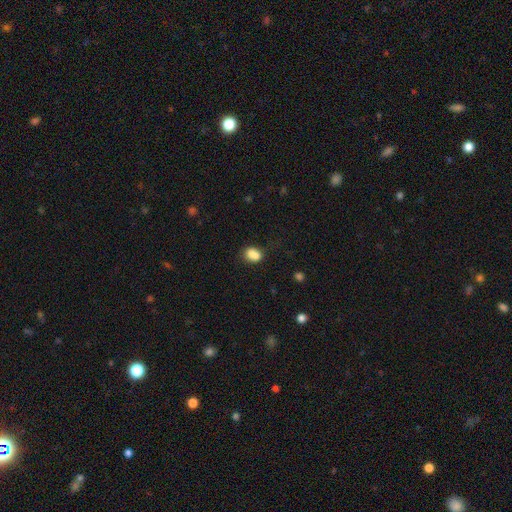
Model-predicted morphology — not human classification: Smooth or featured? Predicted: smooth (p=0.81). How rounded? Predicted: in between (p=0.57). Merging? Predicted: none (p=0.51).